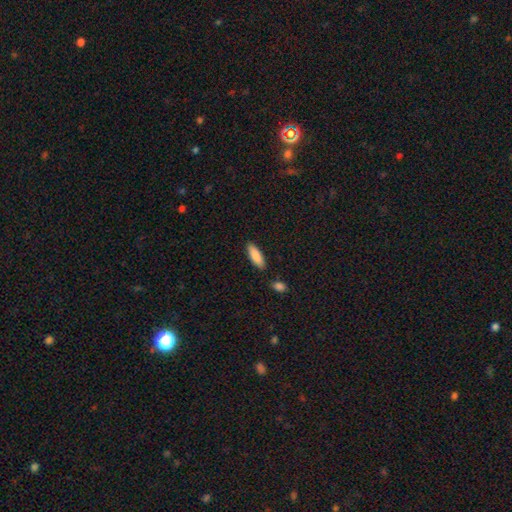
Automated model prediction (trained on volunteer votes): Morphology: type=smooth (87%); roundness=in between (59%); merging=none (84%).